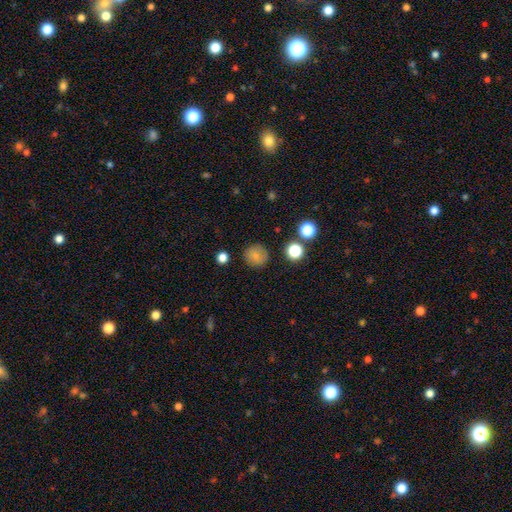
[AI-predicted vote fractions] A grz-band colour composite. It shows a smooth galaxy with no disk features (79%) that is round (92%). Merging: none (86%).